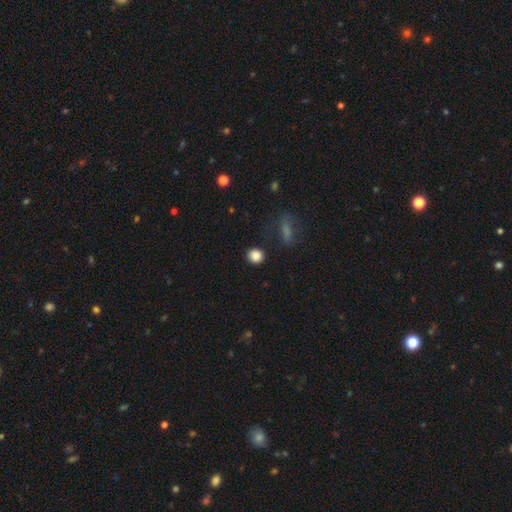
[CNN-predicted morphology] Smooth or featured?
  - smooth: 86% *
  - star or artifact: 10%
  - featured or disk: 4%
How rounded?
  - round: 88% *
  - in between: 10%
  - cigar-shaped: 1%
Merging?
  - none: 86% *
  - minor disturbance: 8%
  - merger: 3%
  - major disturbance: 3%